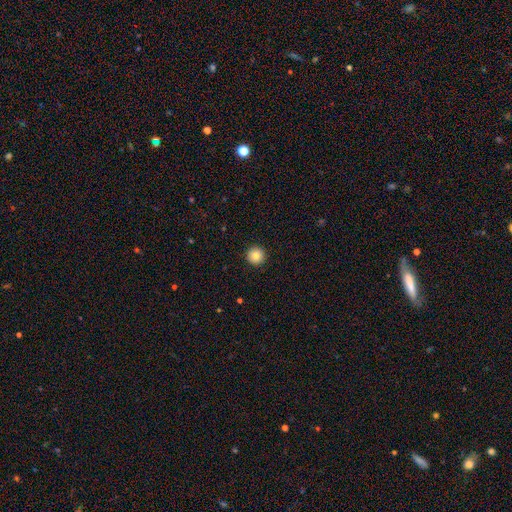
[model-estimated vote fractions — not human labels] Smooth or featured?
  - smooth: 83% *
  - star or artifact: 10%
  - featured or disk: 7%
How rounded?
  - round: 96% *
  - in between: 3%
  - cigar-shaped: 1%
Merging?
  - none: 93% *
  - minor disturbance: 4%
  - major disturbance: 1%
  - merger: 1%